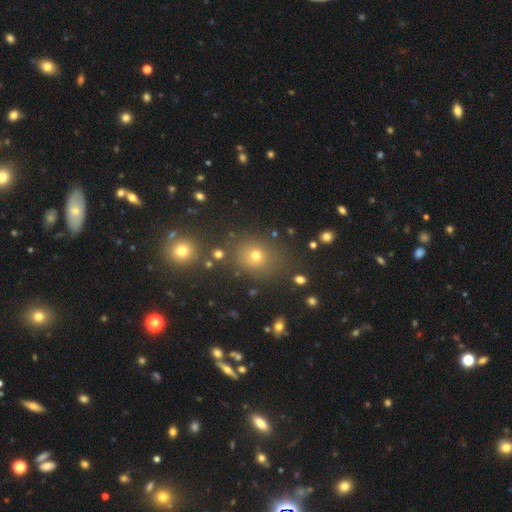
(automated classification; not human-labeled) Smooth or featured?
  - smooth: 69% *
  - star or artifact: 23%
  - featured or disk: 9%
How rounded?
  - round: 76% *
  - in between: 23%
  - cigar-shaped: 1%
Merging?
  - none: 79% *
  - minor disturbance: 10%
  - merger: 6%
  - major disturbance: 4%